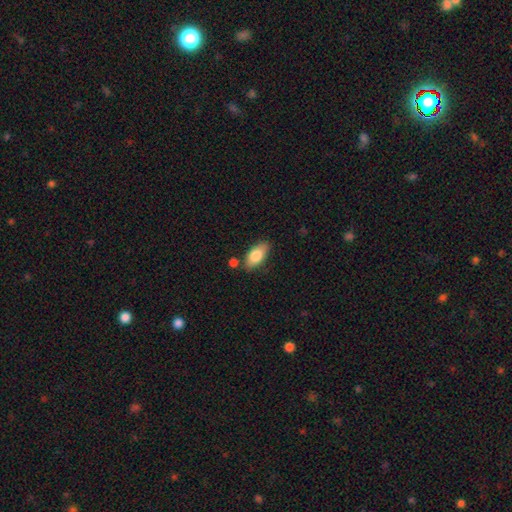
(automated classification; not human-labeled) A smooth galaxy with no disk features (82%) that is in between round and cigar-shaped (90%).

Vote fractions:
- Smooth or featured? smooth: 82% / featured or disk: 11% / star or artifact: 6%
- How rounded? in between: 90% / cigar-shaped: 7% / round: 3%
- Merging? none: 74% / minor disturbance: 15% / merger: 7% / major disturbance: 3%